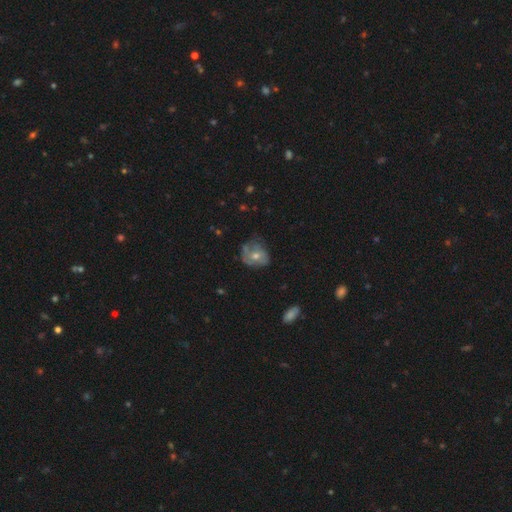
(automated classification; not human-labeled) This is possibly a featured or disk galaxy (51%). It is clearly not viewed edge-on (96%). Merging: possibly none (56%).